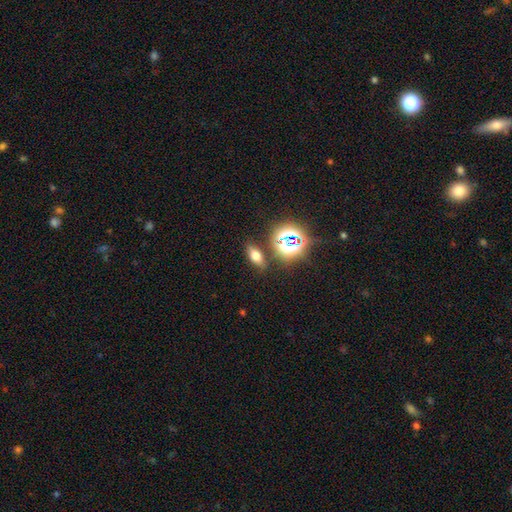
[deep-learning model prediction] A smooth galaxy with no disk features (58%) that is in between round and cigar-shaped (70%). Merging: none (83%).